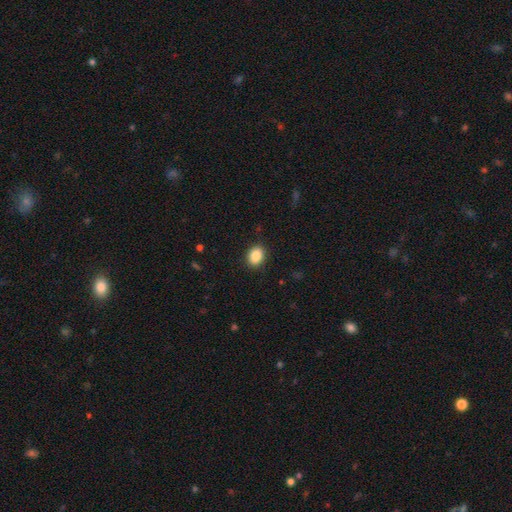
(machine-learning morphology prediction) Q: Smooth or featured?
A: smooth (88%); runner-up: star or artifact (8%)
Q: How rounded?
A: in between (64%); runner-up: round (35%)
Q: Merging?
A: none (89%); runner-up: minor disturbance (8%)